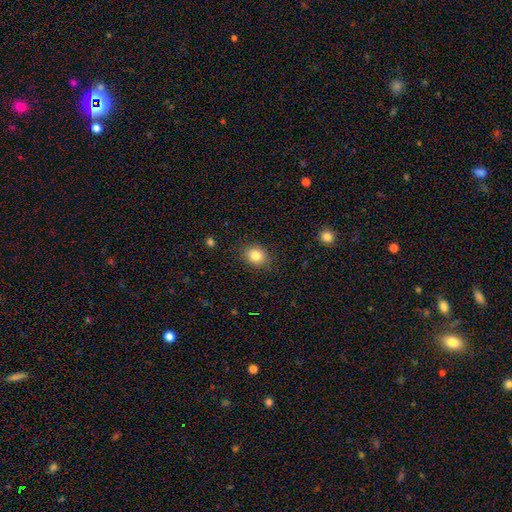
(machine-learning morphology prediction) Smooth or featured: smooth — 83% (star or artifact — 10%)
How rounded: round — 62% (in between — 37%)
Merging: none — 86% (minor disturbance — 10%)